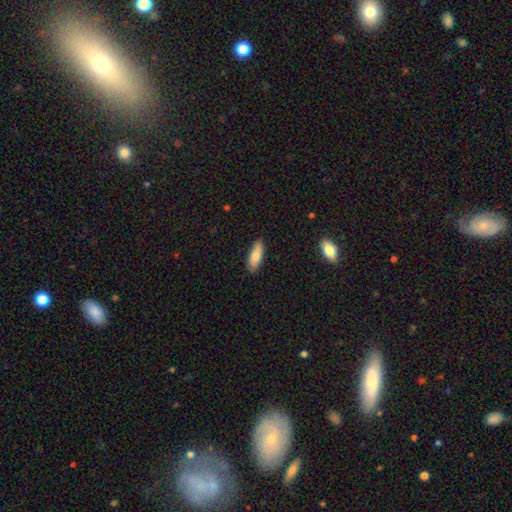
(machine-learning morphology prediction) Smooth or featured? smooth (82%)
How rounded? in between (63%)
Merging? none (88%)